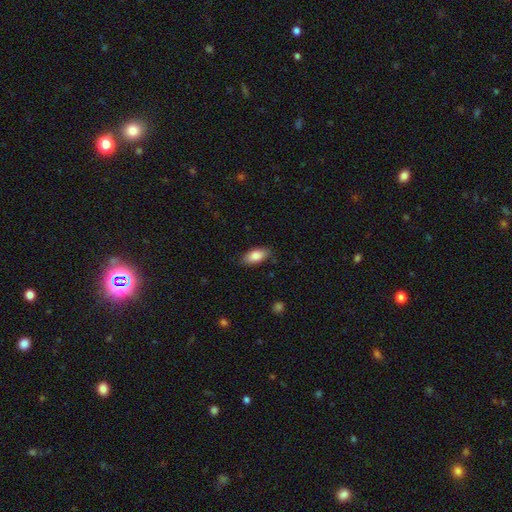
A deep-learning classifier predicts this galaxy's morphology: This appears to be a smooth galaxy with no disk features (83%) that is in between round and cigar-shaped (89%). Merging: none (84%).